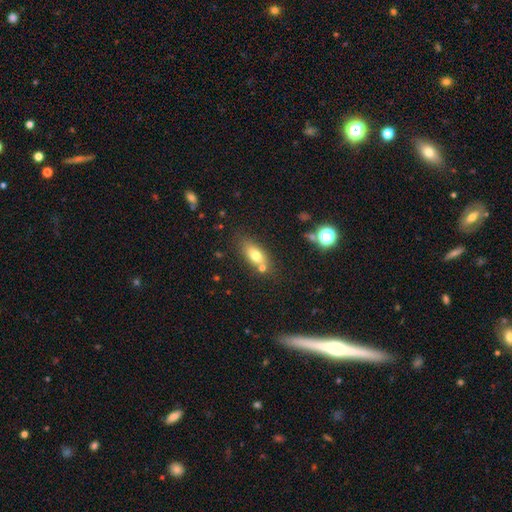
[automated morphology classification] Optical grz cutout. It shows a smooth galaxy with no disk features (72%) that is in between round and cigar-shaped (79%). Merging: none (65%).